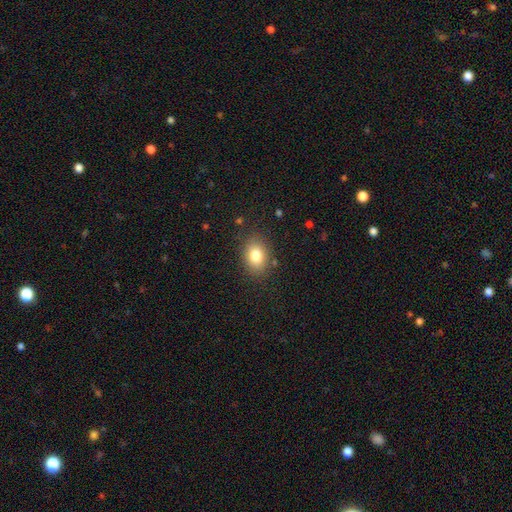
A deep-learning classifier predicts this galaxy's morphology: This is clearly a smooth galaxy (81%). How rounded: likely in between (73%). Merging: clearly none (83%).